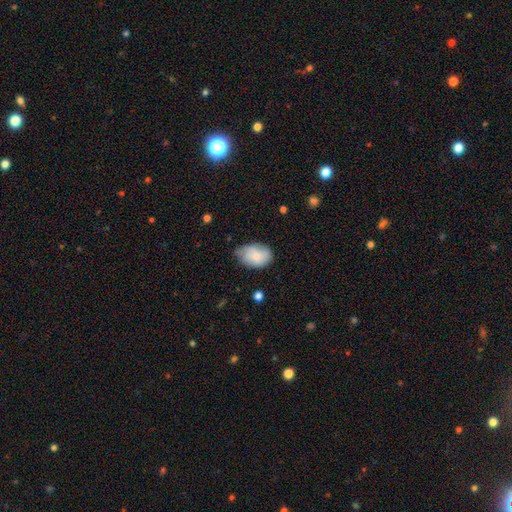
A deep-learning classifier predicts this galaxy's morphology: smooth 75%, featured or disk 18%, star or artifact 7%. Down the decision tree: how rounded — in between (86%); merging — none (53%).